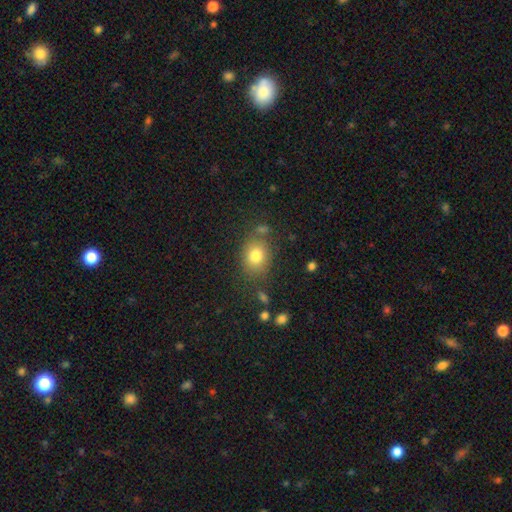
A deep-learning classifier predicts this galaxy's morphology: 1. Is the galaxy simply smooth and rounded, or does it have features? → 80% smooth, 11% star or artifact, 10% featured or disk.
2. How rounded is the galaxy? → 50% in between, 49% round, 1% cigar-shaped.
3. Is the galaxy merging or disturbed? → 73% none, 15% minor disturbance, 6% merger, 5% major disturbance.